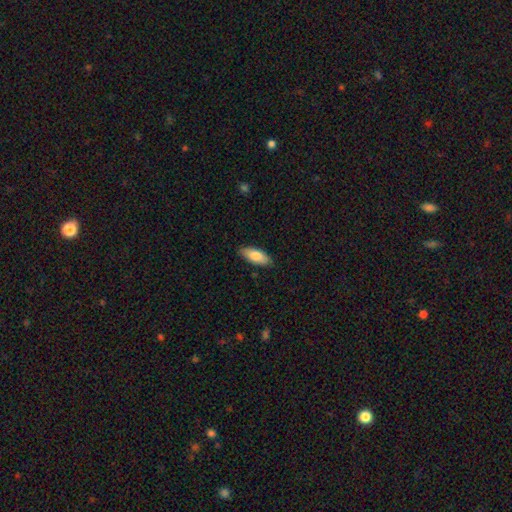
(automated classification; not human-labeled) smooth 81%, featured or disk 13%, star or artifact 6%. Down the decision tree: how rounded — in between (79%); merging — none (87%).